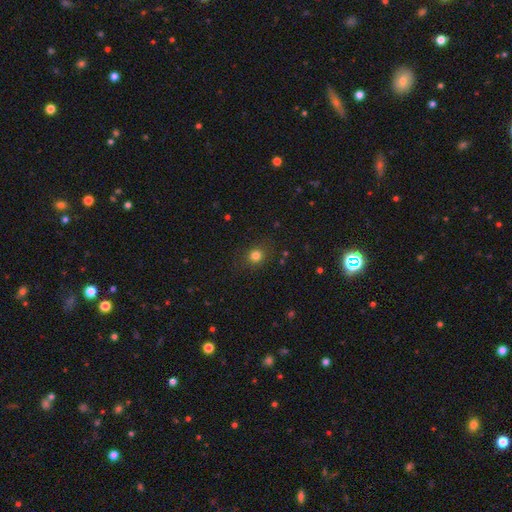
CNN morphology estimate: The model was most divided on "how rounded": round: 82%, in between: 17%, cigar-shaped: 1%. More confident: merging — none (86%); smooth or featured — smooth (79%).